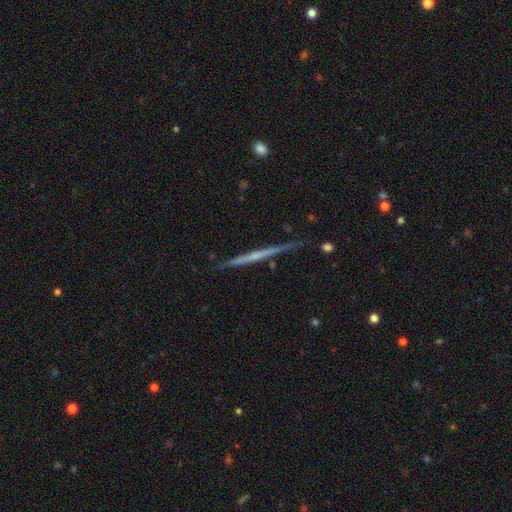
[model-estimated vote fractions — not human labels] Smooth or featured? Predicted: featured or disk (p=0.69). Edge-on disk? Predicted: yes (p=0.97). Edge-on bulge? Predicted: none (p=0.71). Merging? Predicted: none (p=0.83).